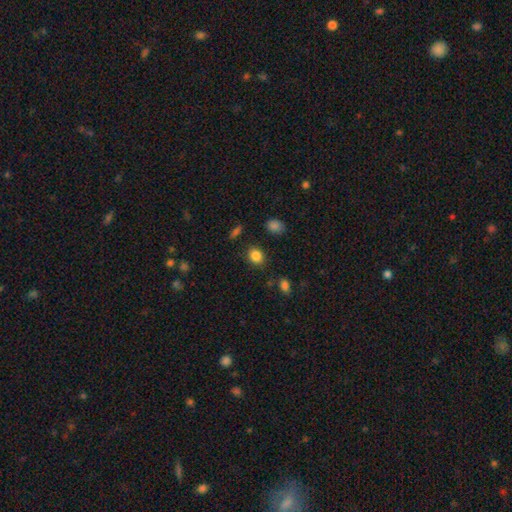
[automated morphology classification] Smooth or featured? Predicted: smooth (p=0.85). How rounded? Predicted: round (p=0.60). Merging? Predicted: none (p=0.84).